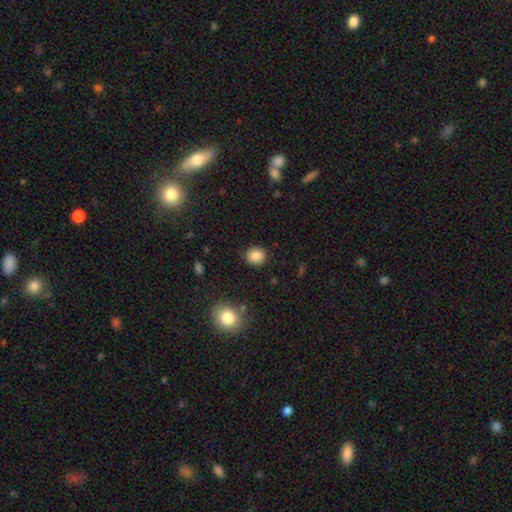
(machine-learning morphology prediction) Q: Smooth or featured?
A: smooth (85%); runner-up: star or artifact (10%)
Q: How rounded?
A: round (78%); runner-up: in between (21%)
Q: Merging?
A: none (88%); runner-up: minor disturbance (8%)